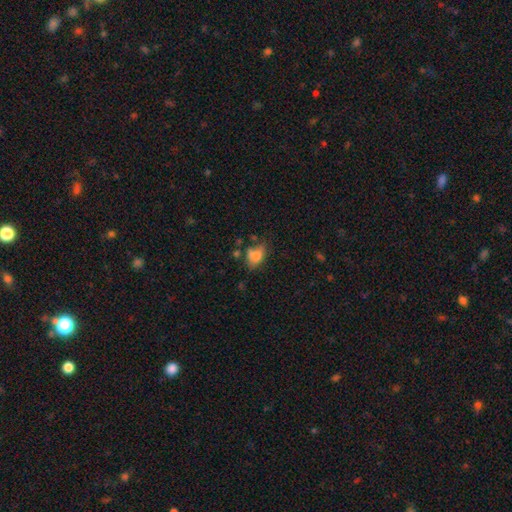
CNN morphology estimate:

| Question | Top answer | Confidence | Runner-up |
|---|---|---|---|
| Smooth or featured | smooth | 71% | featured or disk (18%) |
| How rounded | in between | 79% | round (17%) |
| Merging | none | 39% | minor disturbance (29%) |